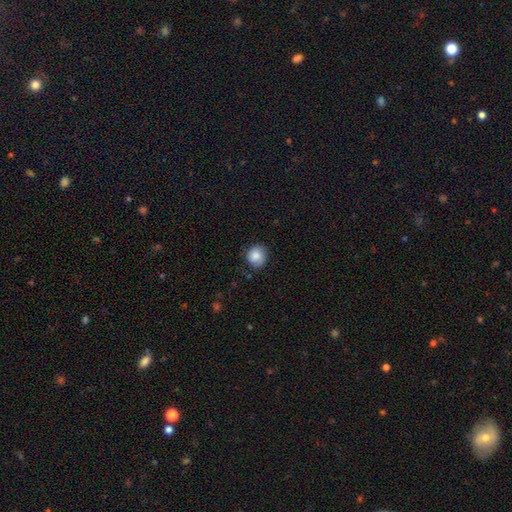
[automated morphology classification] Smooth or featured: smooth — 85% (star or artifact — 8%)
How rounded: round — 84% (in between — 15%)
Merging: none — 76% (minor disturbance — 18%)